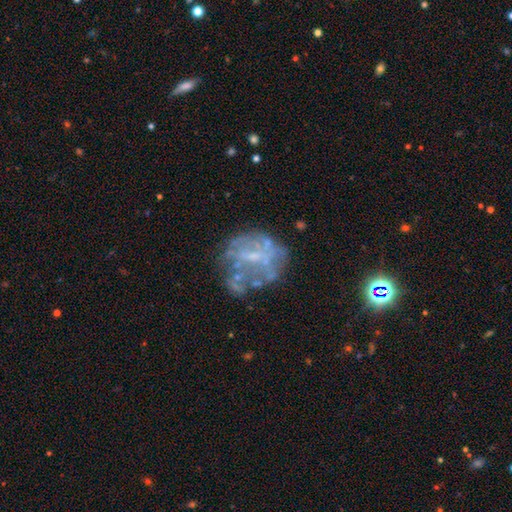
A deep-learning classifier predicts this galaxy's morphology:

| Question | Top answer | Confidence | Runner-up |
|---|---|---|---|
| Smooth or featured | featured or disk | 65% | smooth (20%) |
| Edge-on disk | no | 97% | yes (3%) |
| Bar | no | 58% | weak (33%) |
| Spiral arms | no | 75% | yes (25%) |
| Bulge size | small | 44% | none (37%) |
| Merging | none | 49% | major disturbance (23%) |